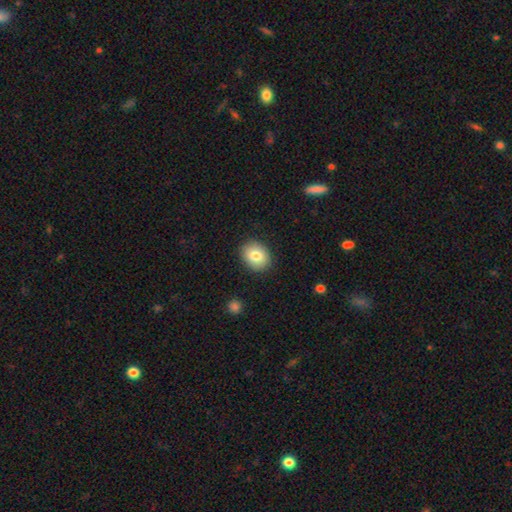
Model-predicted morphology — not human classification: smooth-or-featured: smooth: 81% | featured or disk: 11% | star or artifact: 8%
  how-rounded: round: 54% | in between: 45% | cigar-shaped: 1%
  merging: none: 88% | minor disturbance: 8% | major disturbance: 2% | merger: 1%